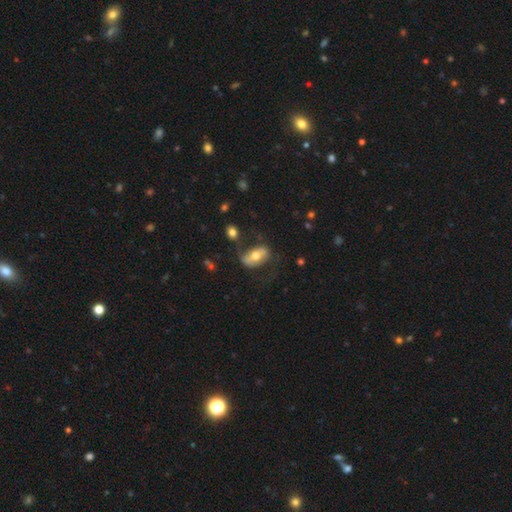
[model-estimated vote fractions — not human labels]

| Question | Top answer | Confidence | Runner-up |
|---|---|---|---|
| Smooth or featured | featured or disk | 47% | tied: smooth (47%) |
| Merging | none | 54% | minor disturbance (22%) |